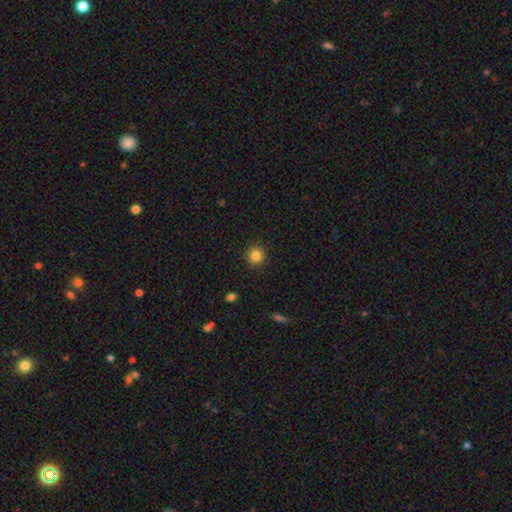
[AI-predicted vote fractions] Smooth or featured? smooth (84%)
How rounded? round (93%)
Merging? none (91%)